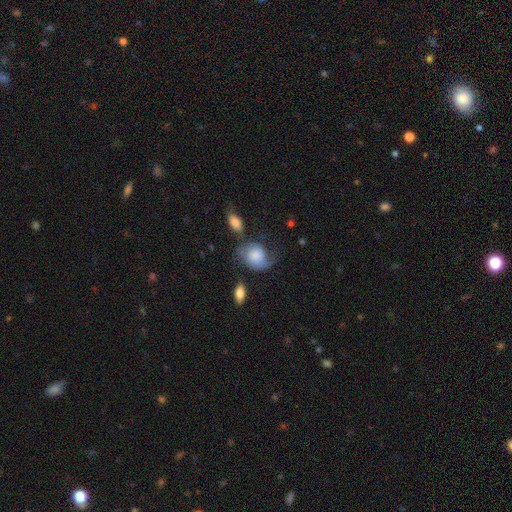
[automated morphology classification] This is possibly a smooth galaxy (49%). Merging: marginally none (38%).